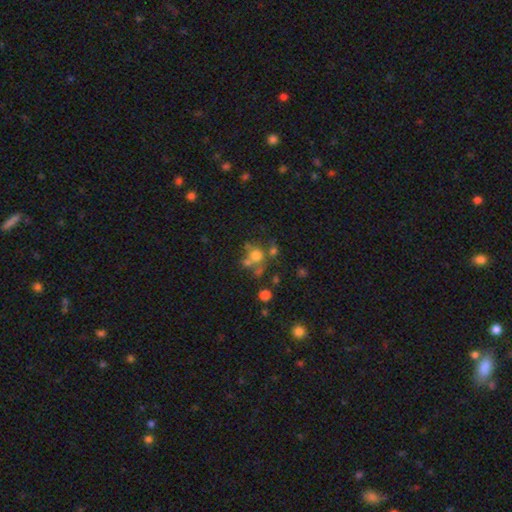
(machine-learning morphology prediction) Smooth or featured?
  - smooth: 61% *
  - featured or disk: 20%
  - star or artifact: 19%
How rounded?
  - round: 83% *
  - in between: 16%
  - cigar-shaped: 1%
Merging?
  - none: 47% *
  - merger: 34%
  - minor disturbance: 11%
  - major disturbance: 8%